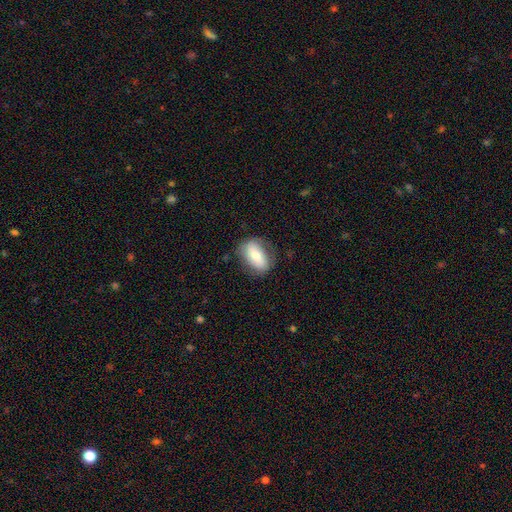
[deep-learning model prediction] Overall: smooth (68%). How rounded: in between (88%). Merging: none (73%).